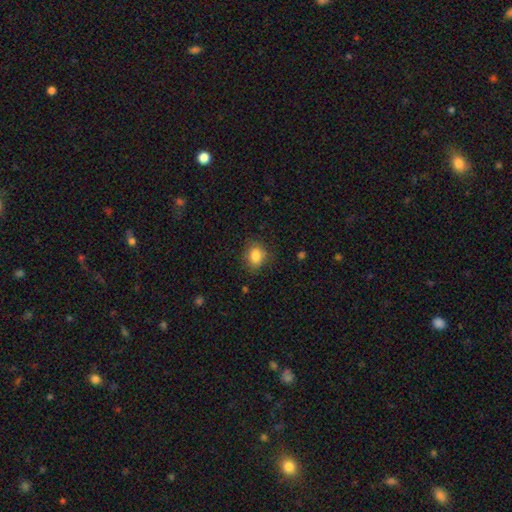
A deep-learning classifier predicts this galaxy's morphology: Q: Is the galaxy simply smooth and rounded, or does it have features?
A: smooth — 83%.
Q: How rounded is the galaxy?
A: in between — 51%.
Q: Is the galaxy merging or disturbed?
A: none — 76%.